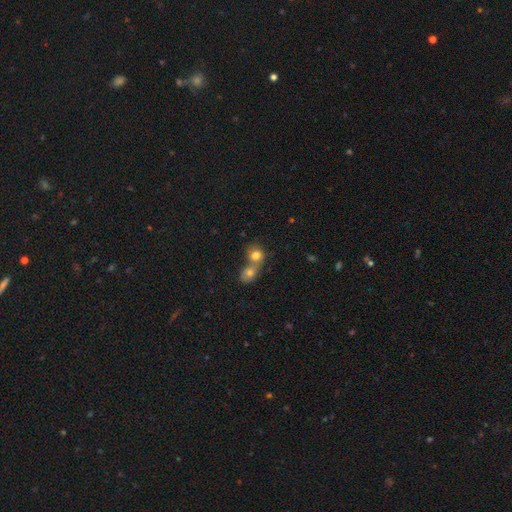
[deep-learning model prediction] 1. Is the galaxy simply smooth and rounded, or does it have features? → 78% smooth, 12% featured or disk, 10% star or artifact.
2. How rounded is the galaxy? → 67% round, 31% in between, 1% cigar-shaped.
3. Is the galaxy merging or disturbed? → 67% merger, 25% none, 6% minor disturbance, 3% major disturbance.